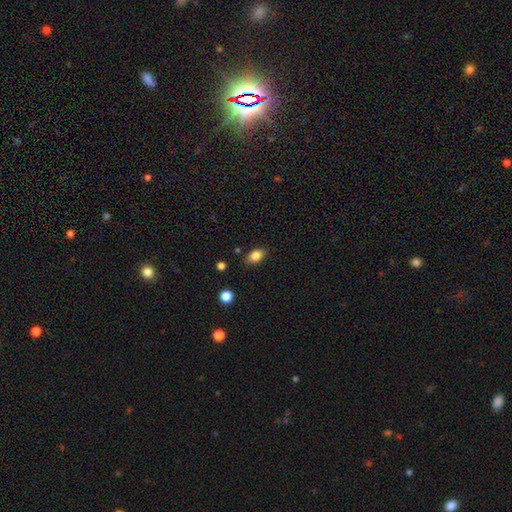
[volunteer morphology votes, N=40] type=smooth (75%); roundness=in between (67%); merging=none (80%).